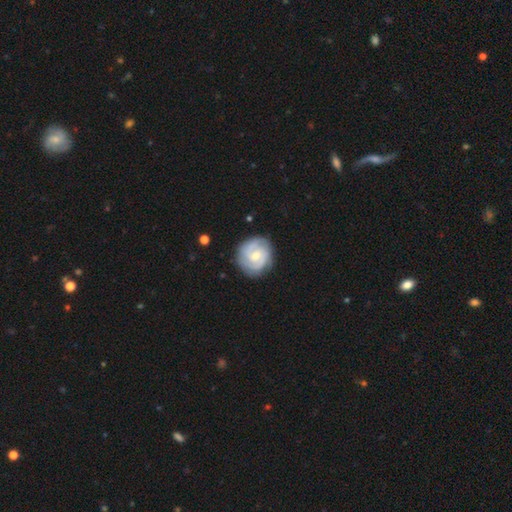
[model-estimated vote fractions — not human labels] featured or disk 78%, smooth 17%, star or artifact 5%. Down the decision tree: edge-on disk — no (98%); bar — no (52%); spiral arms — yes (95%); spiral arm count — 2 (47%); spiral winding — tight (58%); bulge size — small (51%); merging — none (82%).